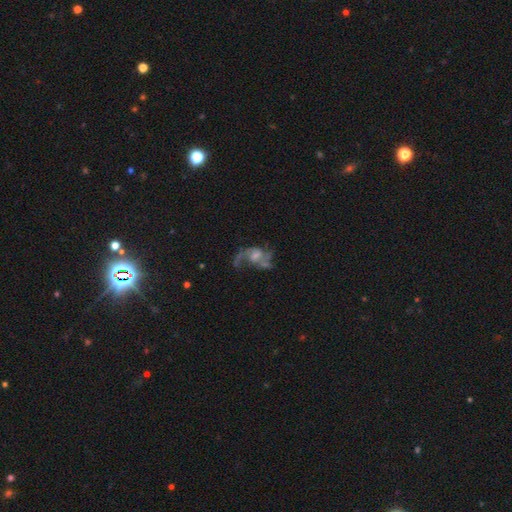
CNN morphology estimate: Smooth or featured? featured or disk (77%)
Edge-on disk? no (97%)
Bar? no (47%)
Spiral arms? yes (85%)
Spiral winding? loose (67%)
Spiral arm count? 2 (71%)
Bulge size? moderate (36%)
Merging? none (41%)